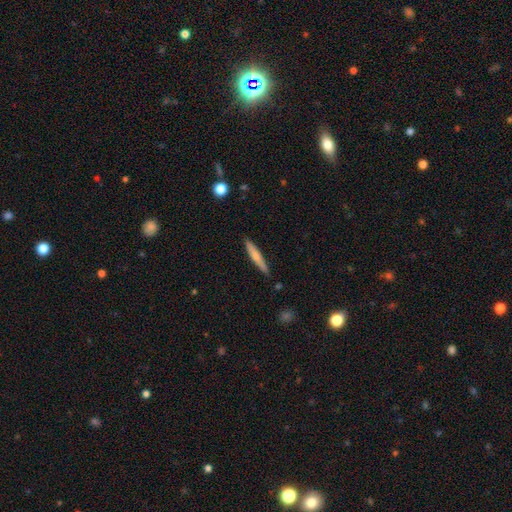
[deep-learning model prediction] Smooth or featured?
  - smooth: 66% *
  - featured or disk: 29%
  - star or artifact: 6%
How rounded?
  - cigar-shaped: 94% *
  - in between: 5%
  - round: 1%
Merging?
  - none: 88% *
  - minor disturbance: 9%
  - major disturbance: 2%
  - merger: 2%